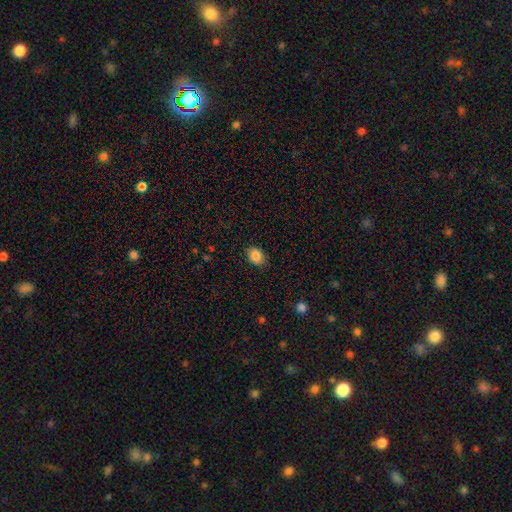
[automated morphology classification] Smooth or featured? smooth (86%)
How rounded? in between (72%)
Merging? none (86%)